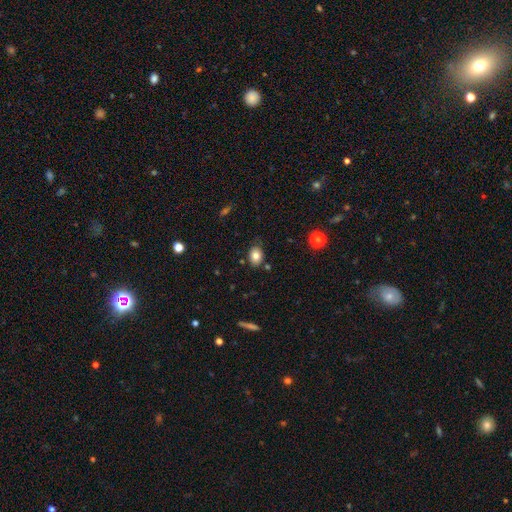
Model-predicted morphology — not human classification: smooth 81%, star or artifact 10%, featured or disk 9%. Down the decision tree: how rounded — in between (74%); merging — none (78%).